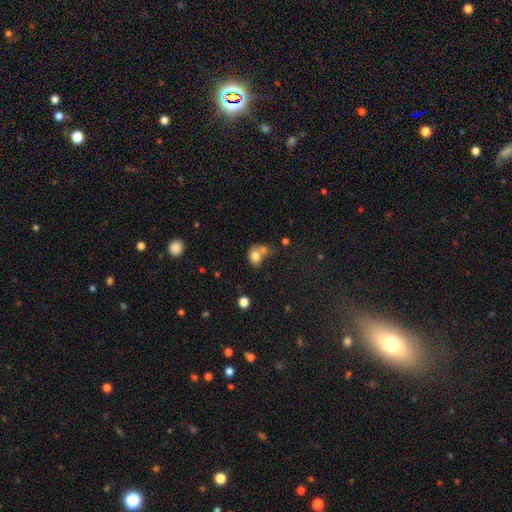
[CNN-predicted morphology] Smooth or featured?
  - smooth: 77% *
  - featured or disk: 12%
  - star or artifact: 11%
How rounded?
  - in between: 53% *
  - round: 46%
  - cigar-shaped: 1%
Merging?
  - merger: 43% *
  - none: 32%
  - minor disturbance: 16%
  - major disturbance: 9%